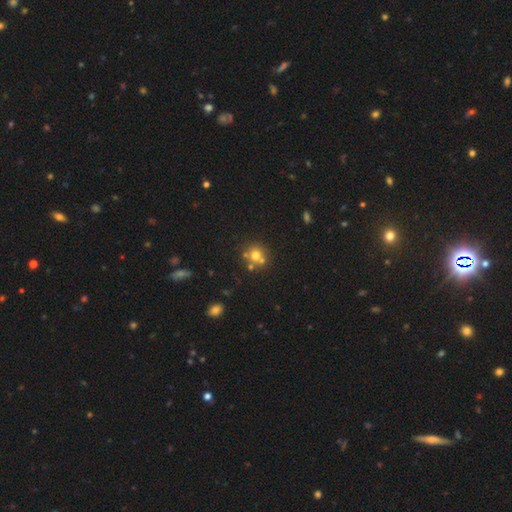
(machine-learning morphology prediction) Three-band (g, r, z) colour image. It shows a smooth galaxy with no disk features (66%) that is round (86%). Merging: none (57%).